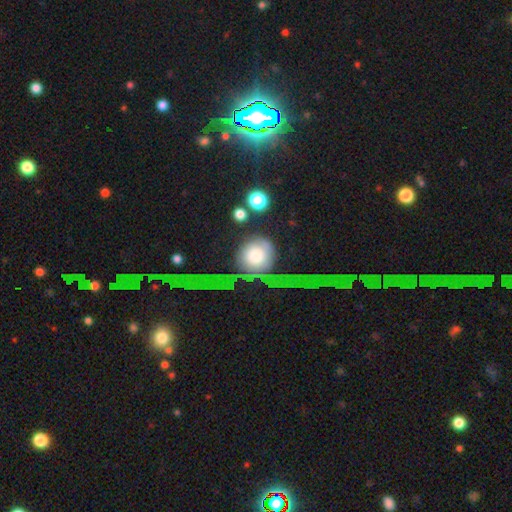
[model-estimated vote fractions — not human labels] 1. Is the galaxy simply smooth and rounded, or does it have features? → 54% smooth, 37% featured or disk, 9% star or artifact.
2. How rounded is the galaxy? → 86% round, 13% in between, 2% cigar-shaped.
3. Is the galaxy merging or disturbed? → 43% major disturbance, 30% none, 17% minor disturbance, 10% merger.